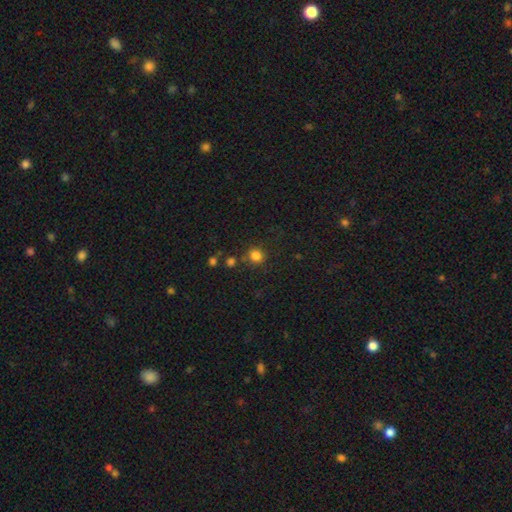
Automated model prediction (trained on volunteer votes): Smooth or featured? smooth (82%)
How rounded? round (89%)
Merging? none (79%)